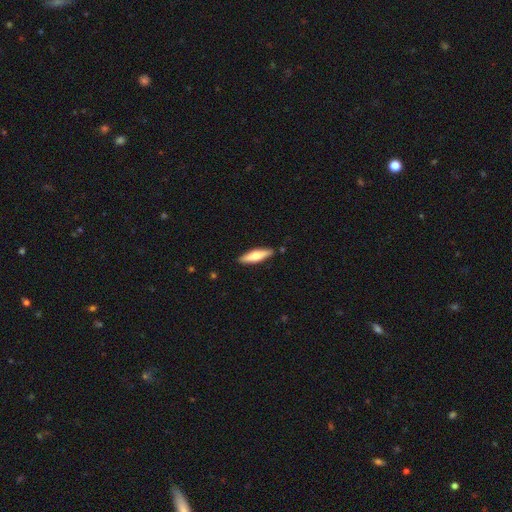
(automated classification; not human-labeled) The model was most divided on "smooth or featured": smooth: 53%, featured or disk: 42%, star or artifact: 5%. More confident: merging — none (89%); how rounded — cigar-shaped (67%).